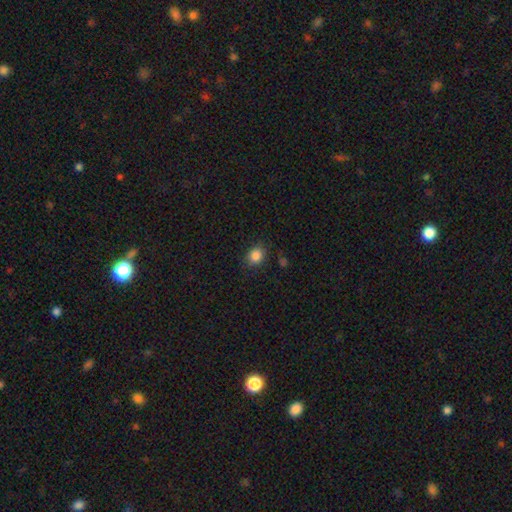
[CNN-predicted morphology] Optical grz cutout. It shows a smooth galaxy with no disk features (85%) that is round (57%). Merging: none (83%).